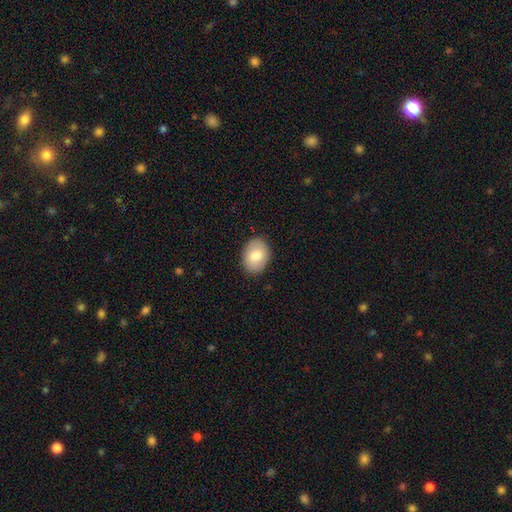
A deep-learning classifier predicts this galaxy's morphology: smooth-or-featured: smooth: 80% | featured or disk: 13% | star or artifact: 7%
  how-rounded: in between: 73% | round: 26% | cigar-shaped: 1%
  merging: none: 88% | minor disturbance: 9% | major disturbance: 2% | merger: 1%